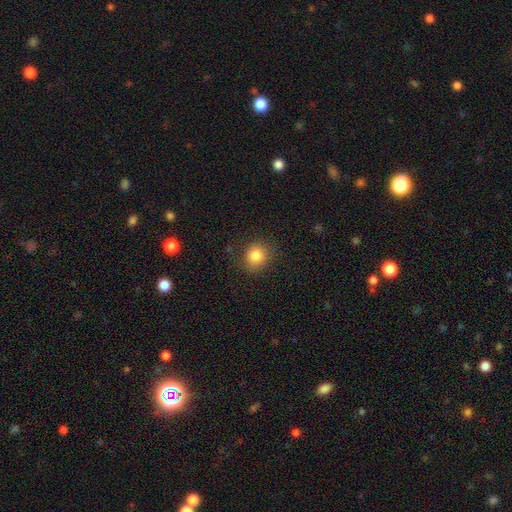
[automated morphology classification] A smooth galaxy with no disk features (83%) that is round (82%). Merging: none (86%).